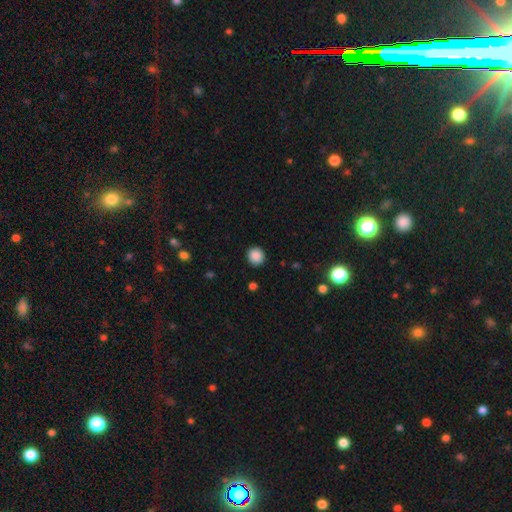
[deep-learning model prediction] Smooth or featured: smooth — 87% (star or artifact — 10%)
How rounded: round — 91% (in between — 9%)
Merging: none — 91% (minor disturbance — 6%)